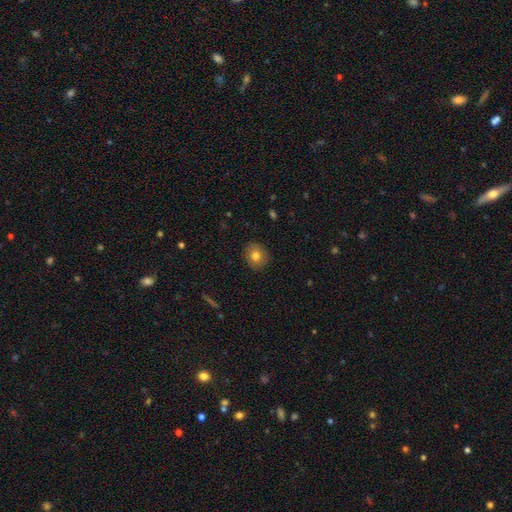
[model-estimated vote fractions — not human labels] This is likely a smooth galaxy (76%). How rounded: likely round (66%). Merging: clearly none (88%).